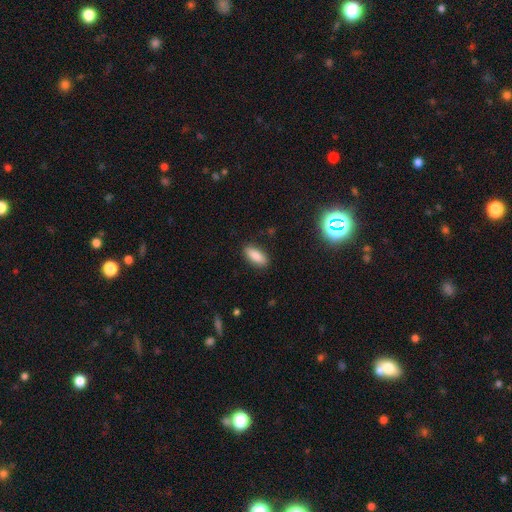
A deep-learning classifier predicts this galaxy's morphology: Q: Smooth or featured?
A: smooth (85%); runner-up: star or artifact (9%)
Q: How rounded?
A: in between (81%); runner-up: cigar-shaped (16%)
Q: Merging?
A: none (88%); runner-up: minor disturbance (9%)